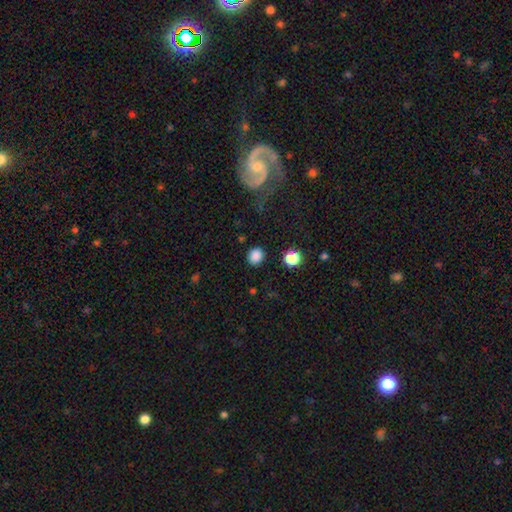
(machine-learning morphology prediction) This appears to be a smooth galaxy with no disk features (85%) that is round (80%). Merging: none (88%).